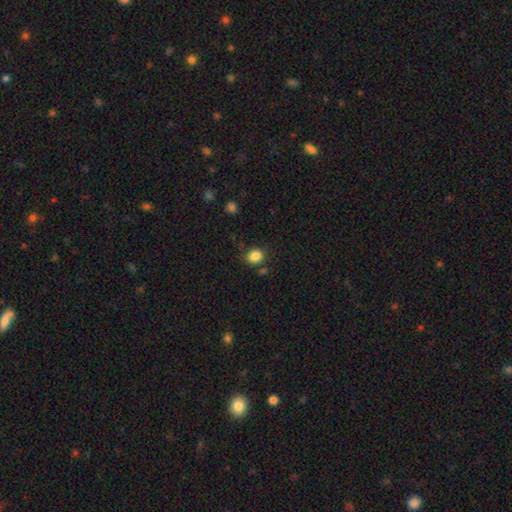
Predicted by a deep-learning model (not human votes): This appears to be a smooth galaxy with no disk features (85%) that is round (60%). Merging: none (76%).